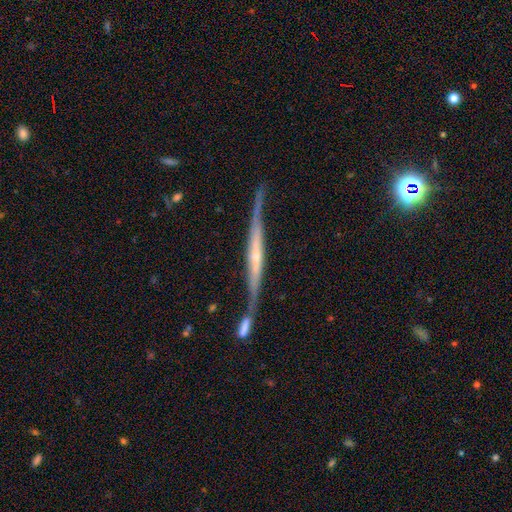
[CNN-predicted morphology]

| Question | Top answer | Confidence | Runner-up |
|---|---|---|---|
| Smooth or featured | featured or disk | 77% | smooth (17%) |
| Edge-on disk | yes | 92% | no (8%) |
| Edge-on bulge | rounded | 56% | none (33%) |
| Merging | none | 50% | merger (24%) |